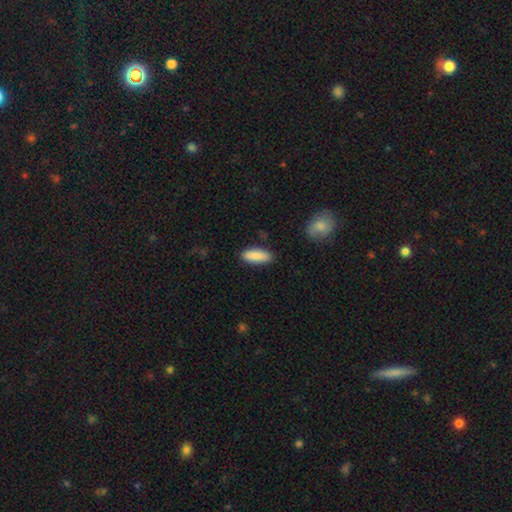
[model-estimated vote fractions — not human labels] This is clearly a smooth galaxy (88%). How rounded: likely in between (70%). Merging: clearly none (86%).